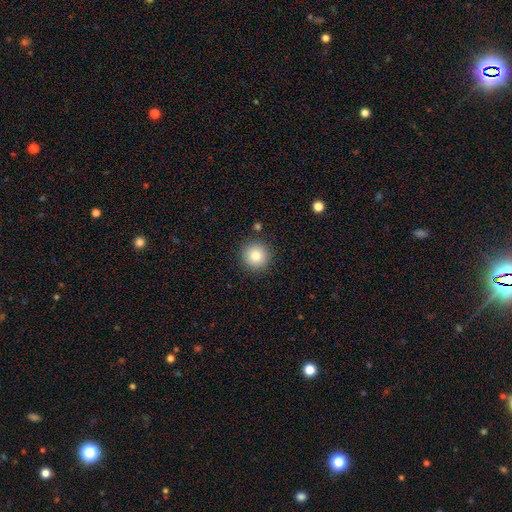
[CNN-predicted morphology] smooth-or-featured: smooth: 83% | star or artifact: 10% | featured or disk: 7%
  how-rounded: round: 95% | in between: 4% | cigar-shaped: 1%
  merging: none: 89% | minor disturbance: 7% | major disturbance: 2% | merger: 2%